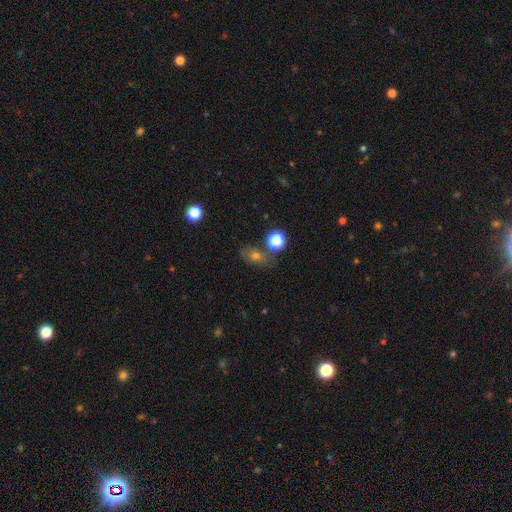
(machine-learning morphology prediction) A smooth galaxy with no disk features (67%) that is in between round and cigar-shaped (62%).

Vote fractions:
- Smooth or featured? smooth: 67% / star or artifact: 19% / featured or disk: 14%
- How rounded? in between: 62% / round: 34% / cigar-shaped: 3%
- Merging? none: 65% / minor disturbance: 17% / merger: 11% / major disturbance: 7%